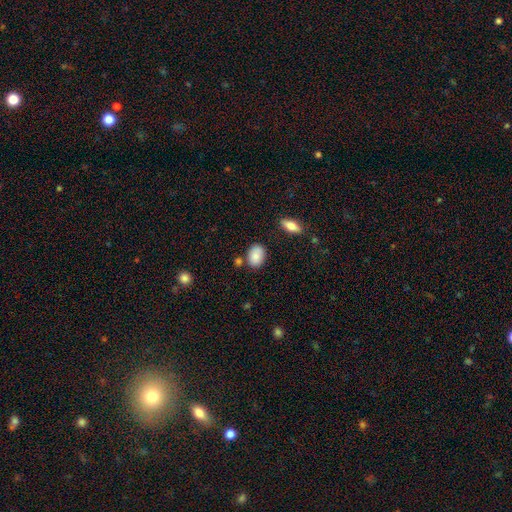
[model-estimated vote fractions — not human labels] Smooth or featured?
  - smooth: 84% *
  - featured or disk: 8%
  - star or artifact: 7%
How rounded?
  - in between: 81% *
  - round: 18%
  - cigar-shaped: 1%
Merging?
  - none: 76% *
  - minor disturbance: 14%
  - merger: 7%
  - major disturbance: 3%